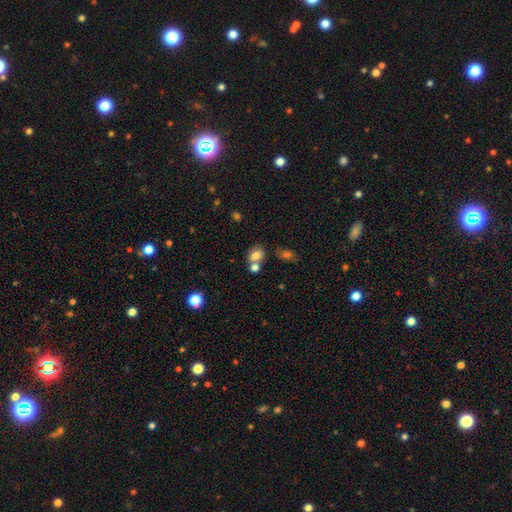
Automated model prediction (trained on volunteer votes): smooth_or_featured: smooth (p=0.76) [alt: featured or disk p=0.12]
how_rounded: in between (p=0.60) [alt: round p=0.38]
merging: none (p=0.47) [alt: merger p=0.36]